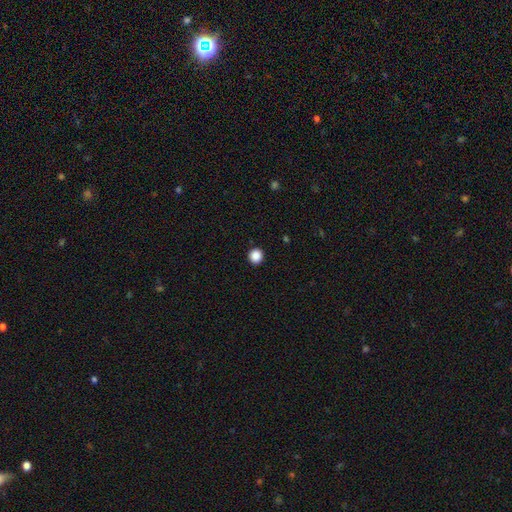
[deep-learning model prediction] A smooth galaxy with no disk features (88%) that is round (91%). Merging: none (93%).